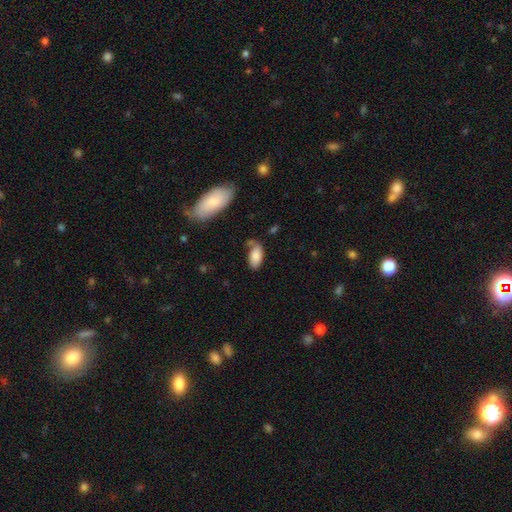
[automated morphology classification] type=smooth (83%); roundness=in between (93%); merging=none (51%).